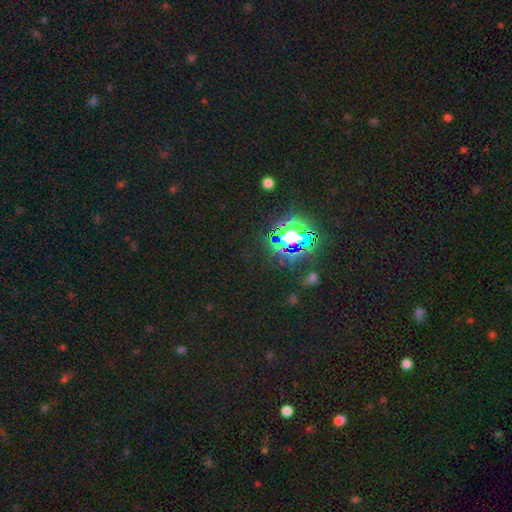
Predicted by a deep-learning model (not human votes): Morphology: type=star or artifact (80%).